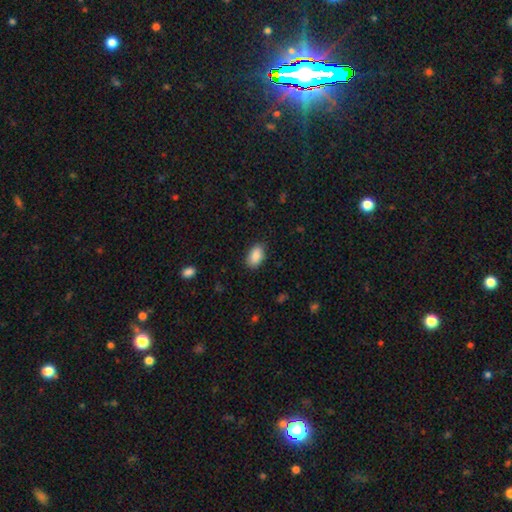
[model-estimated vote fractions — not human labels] smooth 89%, star or artifact 7%, featured or disk 4%. Down the decision tree: how rounded — in between (93%); merging — none (85%).